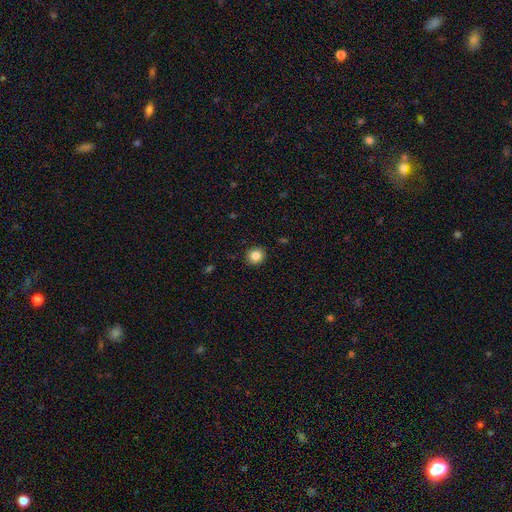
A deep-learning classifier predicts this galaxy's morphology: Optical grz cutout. It shows a smooth galaxy with no disk features (84%) that is round (85%). Merging: none (91%).